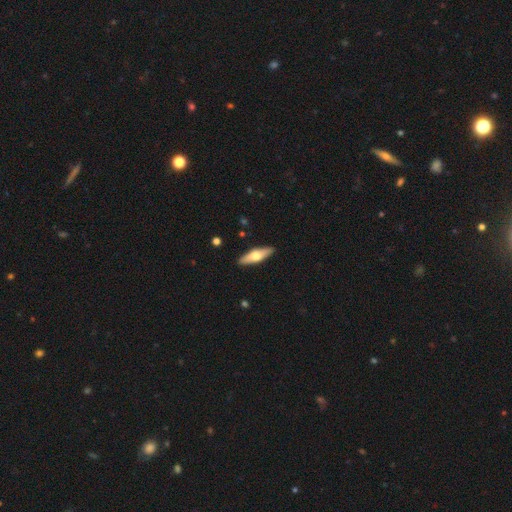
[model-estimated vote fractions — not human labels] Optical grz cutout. It shows a smooth galaxy with no disk features (48%). Merging: none (90%).